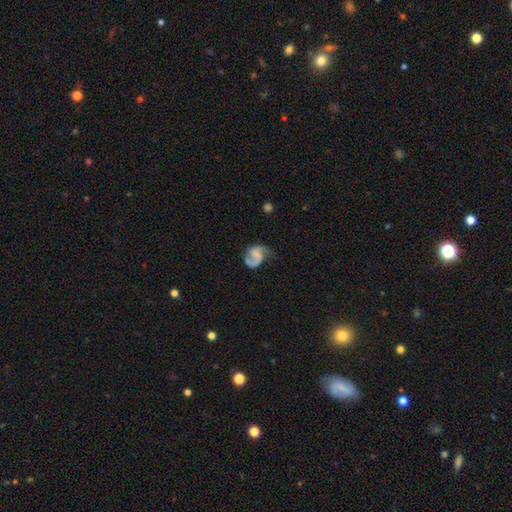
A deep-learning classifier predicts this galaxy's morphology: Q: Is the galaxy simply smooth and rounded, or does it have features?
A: featured or disk — 84%.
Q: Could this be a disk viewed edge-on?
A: no — 98%.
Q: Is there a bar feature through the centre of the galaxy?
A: no — 47%.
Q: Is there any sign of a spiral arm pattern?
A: yes — 97%.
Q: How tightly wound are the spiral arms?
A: medium — 52%.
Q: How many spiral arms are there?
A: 2 — 84%.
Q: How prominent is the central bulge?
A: none — 43%.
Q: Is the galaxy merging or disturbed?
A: none — 66%.